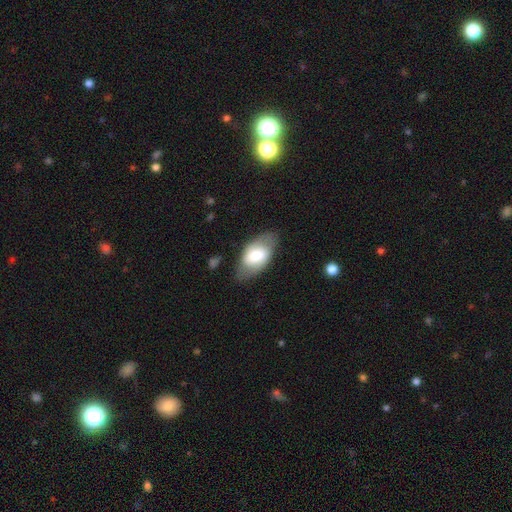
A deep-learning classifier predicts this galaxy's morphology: Q: Smooth or featured?
A: smooth (60%); runner-up: featured or disk (34%)
Q: How rounded?
A: in between (93%); runner-up: round (4%)
Q: Merging?
A: none (77%); runner-up: minor disturbance (16%)